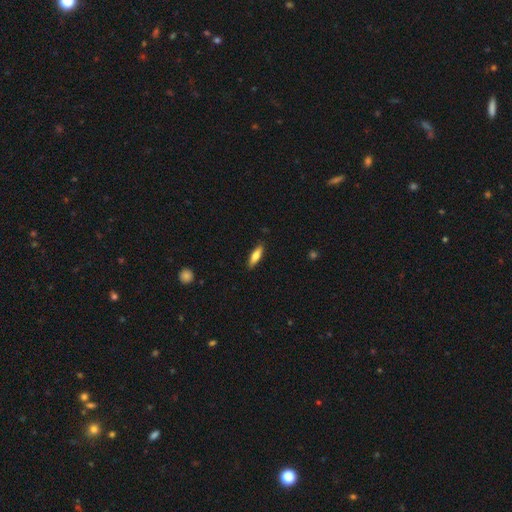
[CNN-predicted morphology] type=smooth (74%); roundness=cigar-shaped (57%); merging=none (87%).